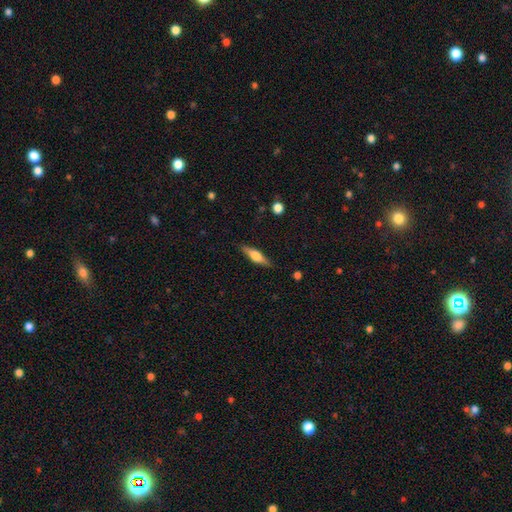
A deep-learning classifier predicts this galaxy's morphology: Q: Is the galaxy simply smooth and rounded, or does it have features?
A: smooth — 48%.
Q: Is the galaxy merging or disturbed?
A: none — 86%.